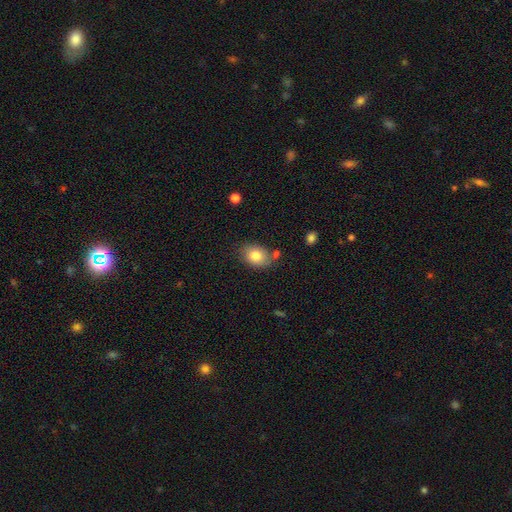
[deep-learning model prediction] Smooth or featured?
  - smooth: 81% *
  - featured or disk: 10%
  - star or artifact: 9%
How rounded?
  - in between: 68% *
  - round: 31%
  - cigar-shaped: 1%
Merging?
  - none: 70% *
  - minor disturbance: 17%
  - merger: 8%
  - major disturbance: 4%